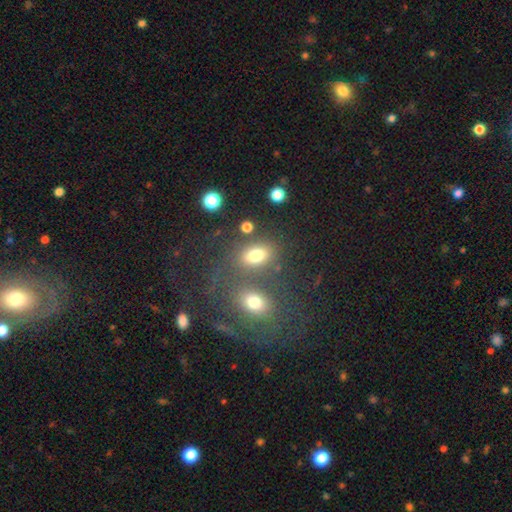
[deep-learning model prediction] A smooth galaxy with no disk features (75%) that is in between round and cigar-shaped (78%). Merging: none (65%).